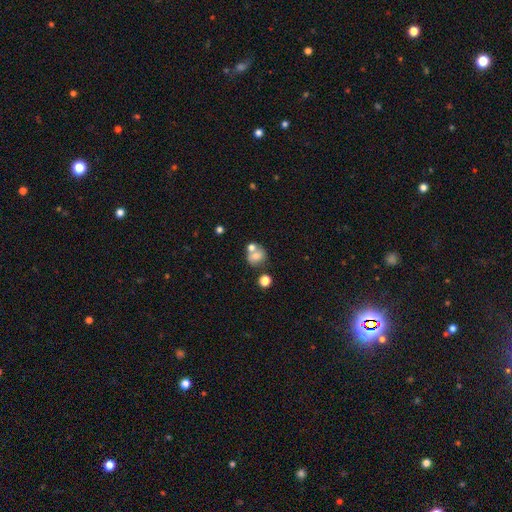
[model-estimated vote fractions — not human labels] smooth_or_featured: smooth (p=0.68) [alt: featured or disk p=0.20]
how_rounded: round (p=0.70) [alt: in between p=0.29]
merging: none (p=0.45) [alt: merger p=0.36]